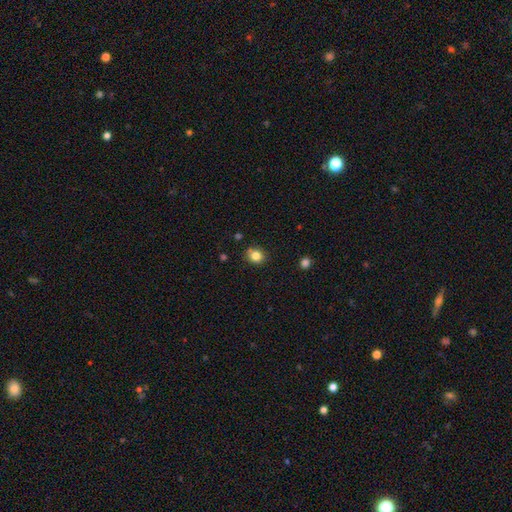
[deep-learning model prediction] Morphology: type=smooth (82%); roundness=round (73%); merging=none (79%).